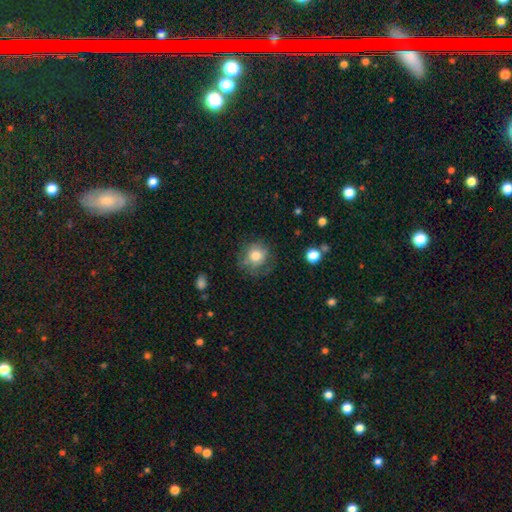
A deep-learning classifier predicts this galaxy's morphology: Smooth or featured: smooth — 74% (featured or disk — 17%)
How rounded: round — 84% (in between — 15%)
Merging: none — 63% (minor disturbance — 22%)